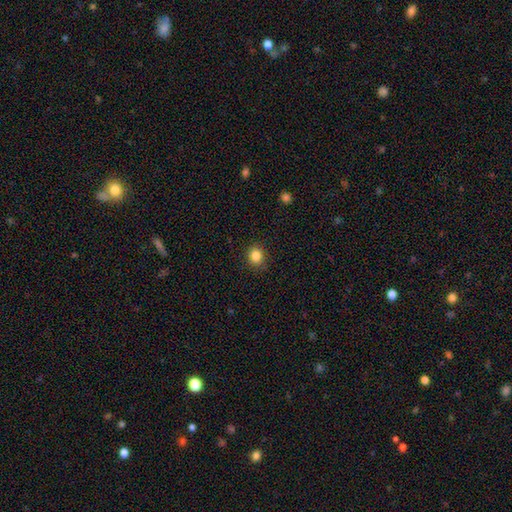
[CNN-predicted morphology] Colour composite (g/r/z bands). It shows a smooth galaxy with no disk features (85%) that is round (79%). Merging: none (89%).